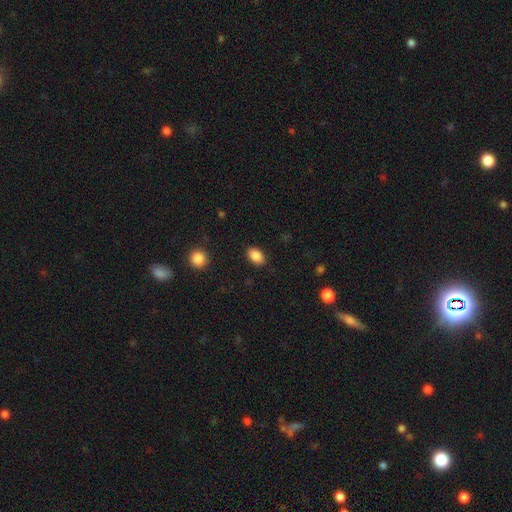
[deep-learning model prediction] This is clearly a smooth galaxy (88%). How rounded: clearly in between (87%). Merging: clearly none (87%).